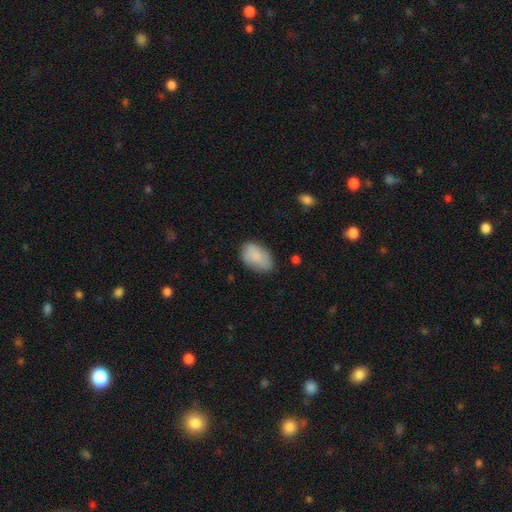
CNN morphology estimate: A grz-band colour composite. It shows a smooth galaxy with no disk features (83%) that is in between round and cigar-shaped (91%). Merging: none (72%).